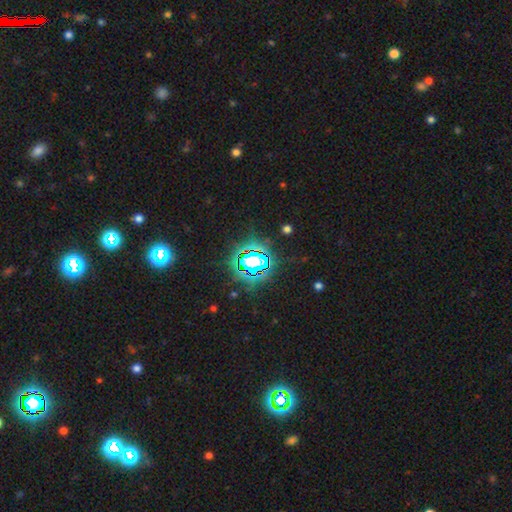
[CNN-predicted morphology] Q: Smooth or featured?
A: star or artifact (78%); runner-up: smooth (12%)